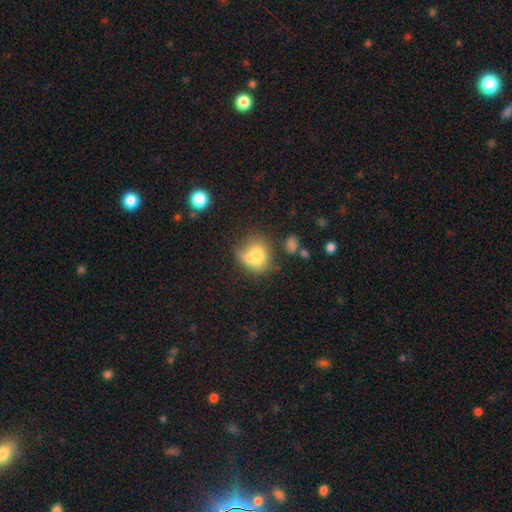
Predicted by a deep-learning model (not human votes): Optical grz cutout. It shows a smooth galaxy with no disk features (73%) that is round (63%). Merging: none (37%).